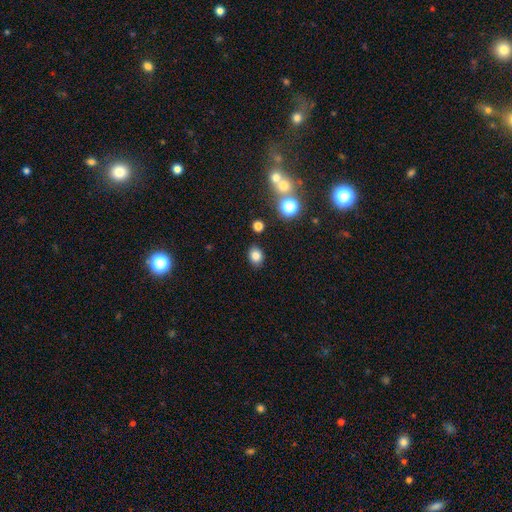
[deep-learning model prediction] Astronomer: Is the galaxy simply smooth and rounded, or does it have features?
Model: smooth — 80%.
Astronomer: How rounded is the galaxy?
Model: in between — 52% (runner-up: round, 47%).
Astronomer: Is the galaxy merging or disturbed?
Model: none — 86%.